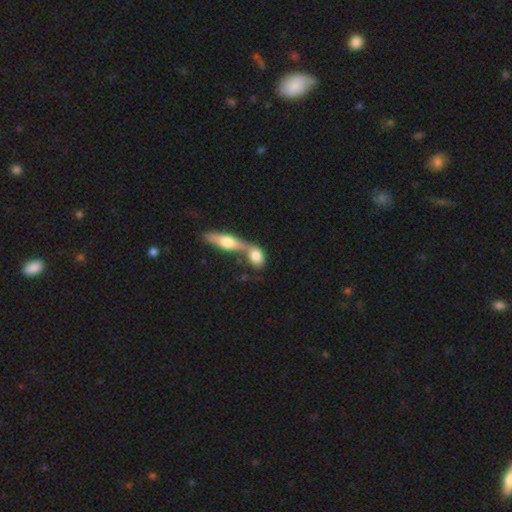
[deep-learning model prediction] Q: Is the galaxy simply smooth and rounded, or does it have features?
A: smooth — 73%.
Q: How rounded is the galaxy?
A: in between — 65%.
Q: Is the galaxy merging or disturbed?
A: merger — 60%.